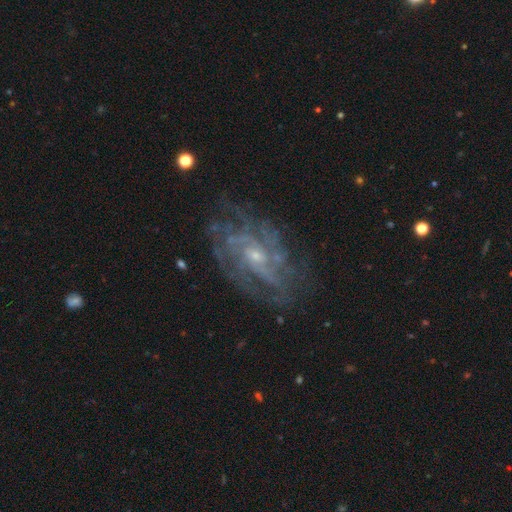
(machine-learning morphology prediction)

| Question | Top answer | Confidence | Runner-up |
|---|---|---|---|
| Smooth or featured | featured or disk | 87% | star or artifact (7%) |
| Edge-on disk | no | 96% | yes (4%) |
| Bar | no | 63% | weak (31%) |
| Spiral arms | yes | 94% | no (6%) |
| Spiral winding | tight | 51% | medium (37%) |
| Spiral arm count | can't tell | 35% | 4 (17%) |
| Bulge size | small | 72% | moderate (23%) |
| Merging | none | 71% | minor disturbance (17%) |